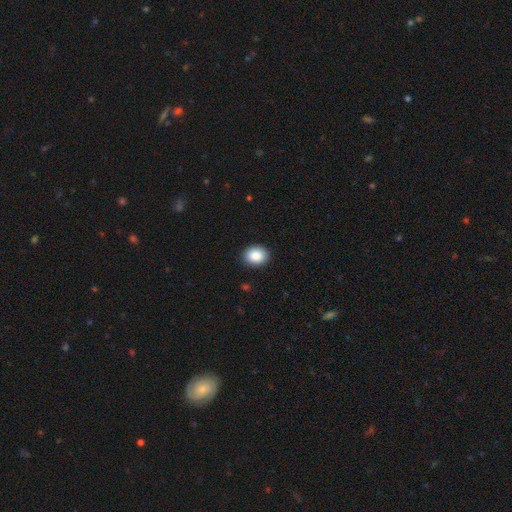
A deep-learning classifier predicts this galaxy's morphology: A smooth galaxy with no disk features (88%) that is round (54%).

Vote fractions:
- Smooth or featured? smooth: 88% / star or artifact: 8% / featured or disk: 4%
- How rounded? round: 54% / in between: 45% / cigar-shaped: 1%
- Merging? none: 90% / minor disturbance: 7% / major disturbance: 2% / merger: 1%